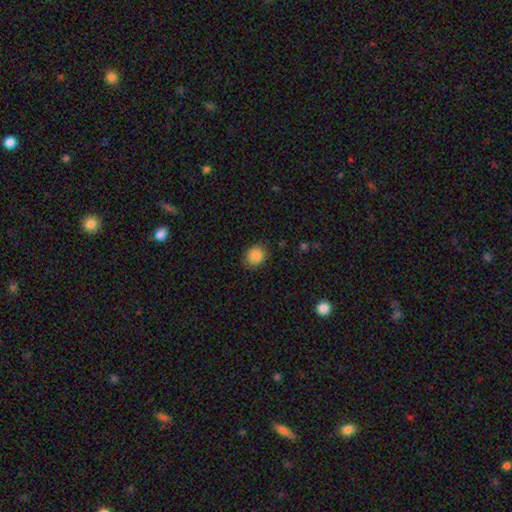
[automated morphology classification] Smooth or featured? smooth (87%)
How rounded? round (63%)
Merging? none (83%)